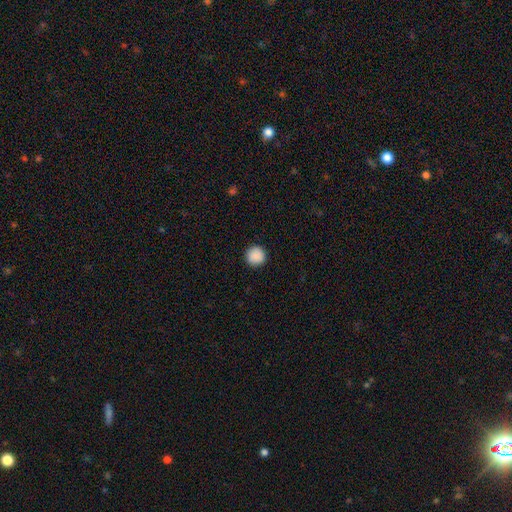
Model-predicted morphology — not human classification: smooth-or-featured: smooth: 89% | star or artifact: 8% | featured or disk: 2%
  how-rounded: round: 96% | in between: 3% | cigar-shaped: 1%
  merging: none: 93% | minor disturbance: 5% | major disturbance: 2% | merger: 1%